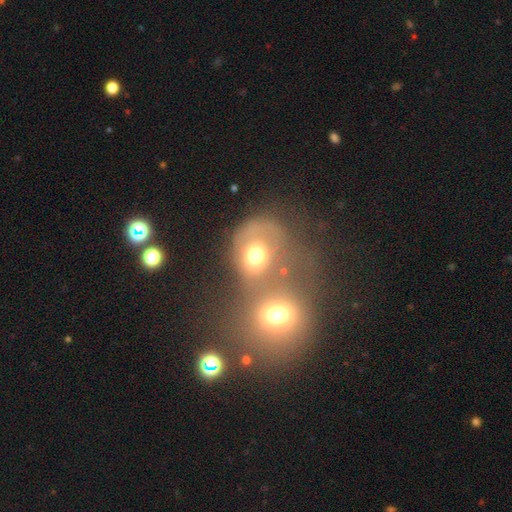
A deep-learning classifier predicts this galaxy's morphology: Q: Smooth or featured?
A: smooth (59%); runner-up: featured or disk (27%)
Q: How rounded?
A: round (56%); runner-up: in between (43%)
Q: Merging?
A: merger (54%); runner-up: none (22%)